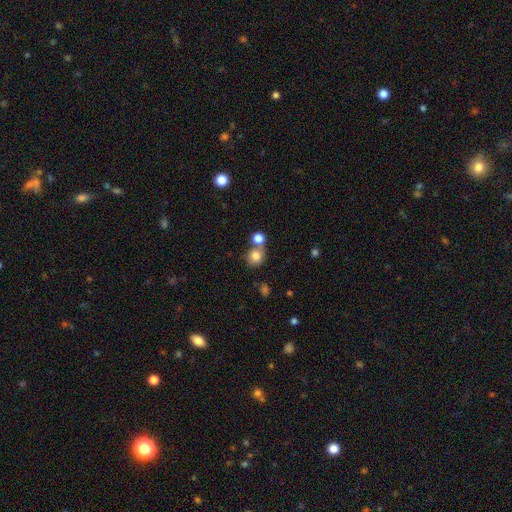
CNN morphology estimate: Q: Smooth or featured?
A: smooth (80%); runner-up: star or artifact (11%)
Q: How rounded?
A: round (81%); runner-up: in between (18%)
Q: Merging?
A: none (49%); runner-up: merger (38%)